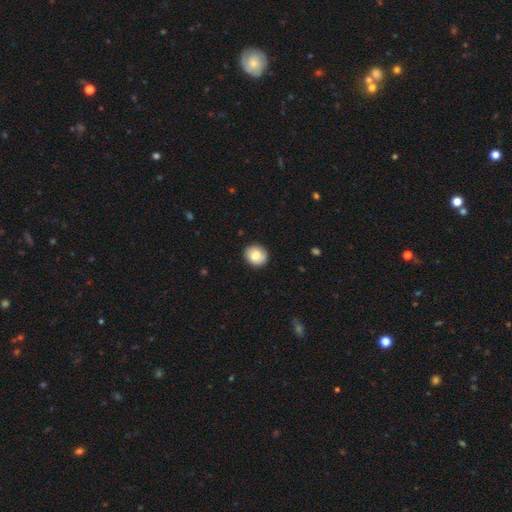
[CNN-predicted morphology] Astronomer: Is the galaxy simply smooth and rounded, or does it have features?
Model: smooth — 80%.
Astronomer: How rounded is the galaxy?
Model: round — 82%.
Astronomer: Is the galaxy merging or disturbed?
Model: none — 88%.